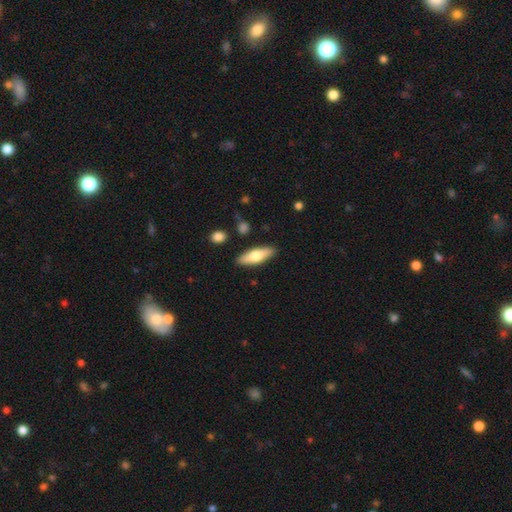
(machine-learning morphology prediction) smooth 62%, featured or disk 32%, star or artifact 6%. Down the decision tree: how rounded — in between (53%); merging — none (87%).